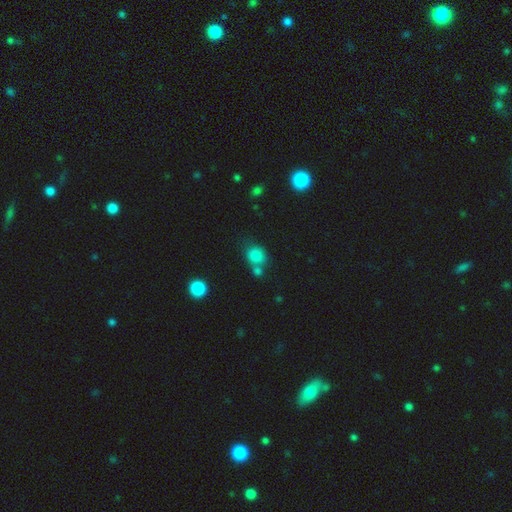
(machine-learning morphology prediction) A smooth galaxy with no disk features (82%) that is round (64%). Merging: none (52%).